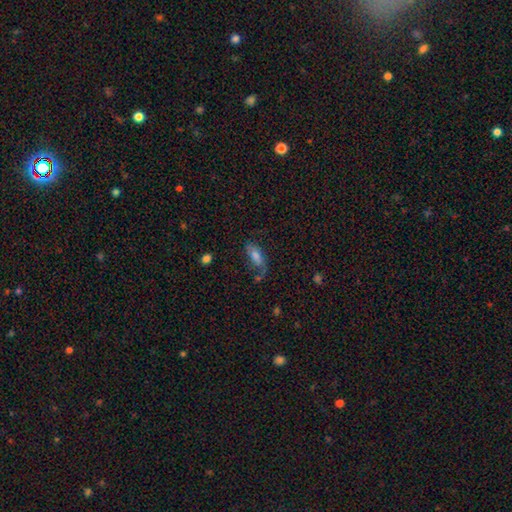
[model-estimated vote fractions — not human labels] The model was most divided on "merging": none: 55%, minor disturbance: 26%, major disturbance: 13%, merger: 6%. More confident: how rounded — in between (80%); smooth or featured — smooth (69%).